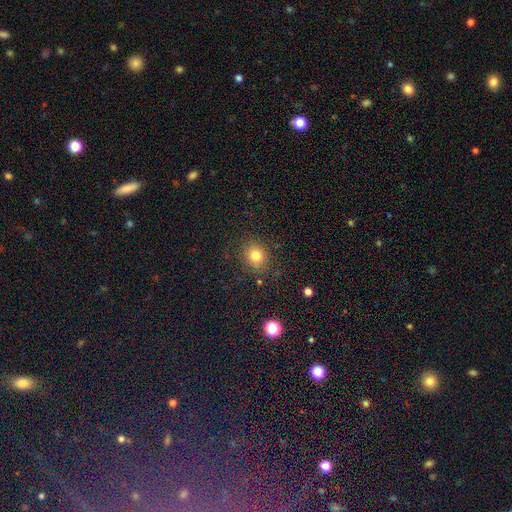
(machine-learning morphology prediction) A smooth galaxy with no disk features (79%) that is round (73%). Merging: none (83%).